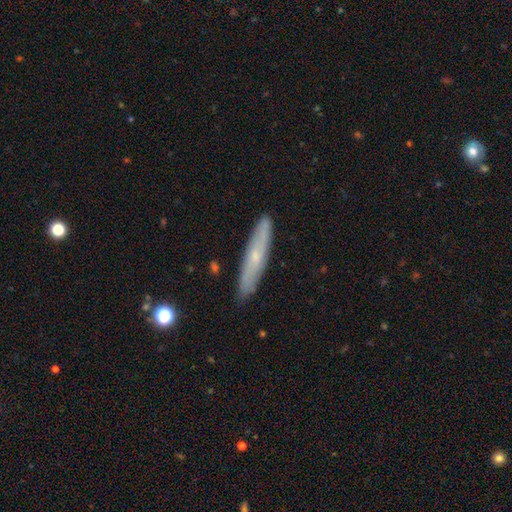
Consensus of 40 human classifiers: Smooth or featured? featured or disk (48%)
Edge-on disk? yes (79%)
Edge-on bulge? rounded (60%)
Merging? none (91%)